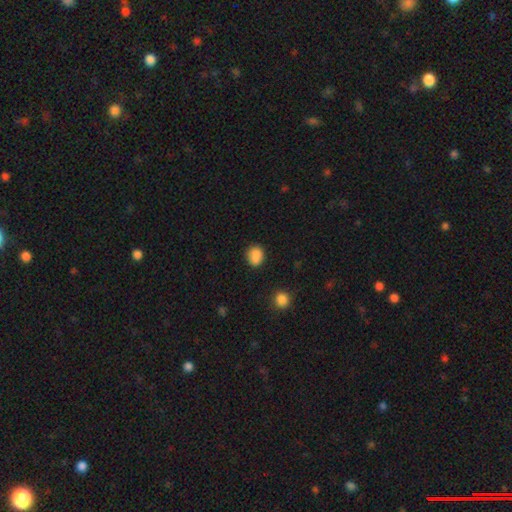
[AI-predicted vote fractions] This is clearly a smooth galaxy (85%). How rounded: possibly round (51%). Merging: likely none (73%).